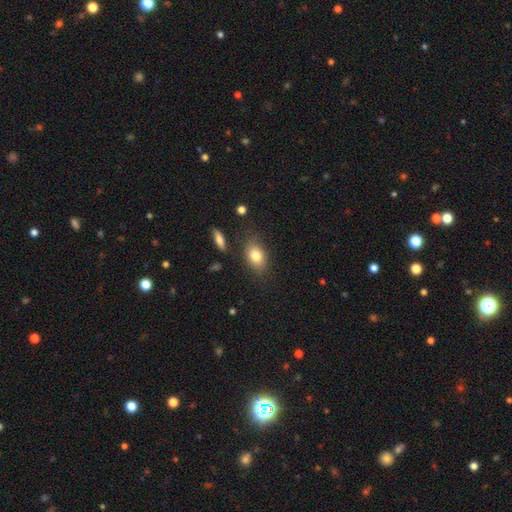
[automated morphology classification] smooth_or_featured: smooth (p=0.80) [alt: featured or disk p=0.11]
how_rounded: in between (p=0.81) [alt: round p=0.17]
merging: none (p=0.80) [alt: minor disturbance p=0.14]